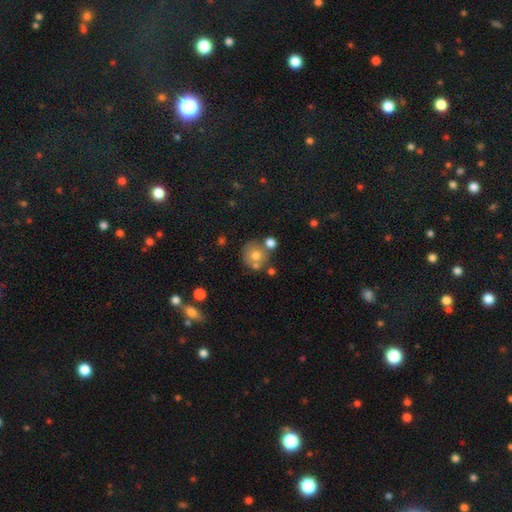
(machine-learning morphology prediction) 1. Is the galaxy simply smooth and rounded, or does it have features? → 69% smooth, 20% featured or disk, 11% star or artifact.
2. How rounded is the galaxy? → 85% round, 14% in between, 1% cigar-shaped.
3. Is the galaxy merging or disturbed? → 58% none, 24% merger, 13% minor disturbance, 5% major disturbance.